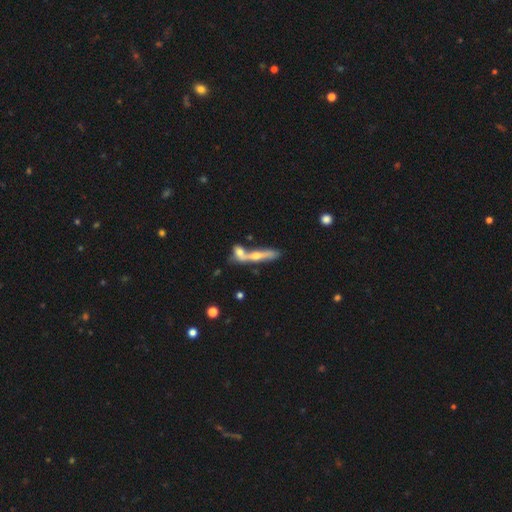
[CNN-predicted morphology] featured or disk 53%, smooth 38%, star or artifact 9%. Down the decision tree: edge-on disk — yes (76%); merging — merger (51%).